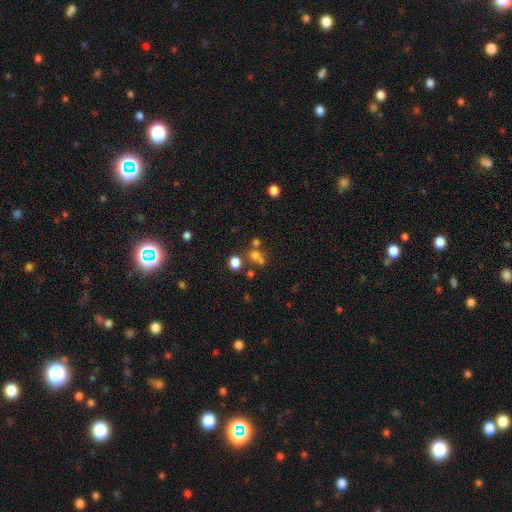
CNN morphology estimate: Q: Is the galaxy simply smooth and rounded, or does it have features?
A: smooth — 64%.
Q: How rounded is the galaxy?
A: round — 73%.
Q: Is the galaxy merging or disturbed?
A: none — 46%.